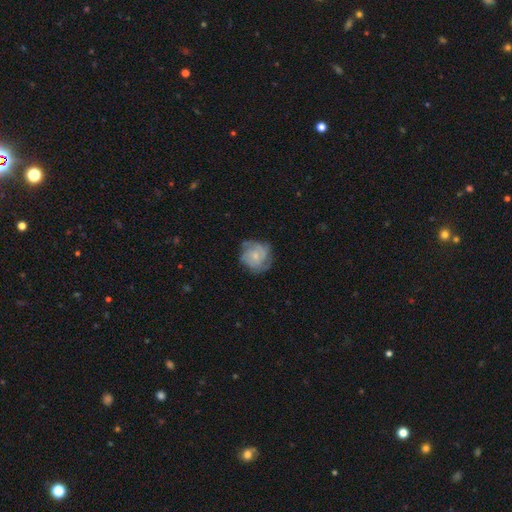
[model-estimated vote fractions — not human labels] Smooth or featured: featured or disk — 71% (smooth — 22%)
Edge-on disk: no — 98% (yes — 2%)
Bar: no — 76% (weak — 21%)
Spiral arms: yes — 91% (no — 9%)
Spiral winding: tight — 60% (medium — 32%)
Spiral arm count: can't tell — 30% (3 — 29%)
Bulge size: small — 64% (moderate — 28%)
Merging: none — 68% (minor disturbance — 22%)